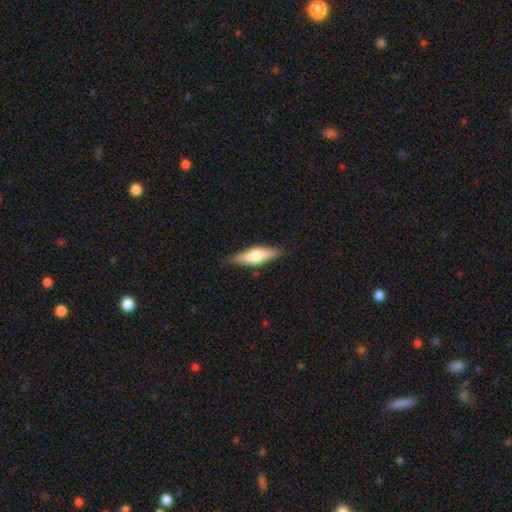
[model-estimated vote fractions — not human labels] Smooth or featured: smooth — 50% (featured or disk — 45%)
Merging: none — 85% (minor disturbance — 12%)